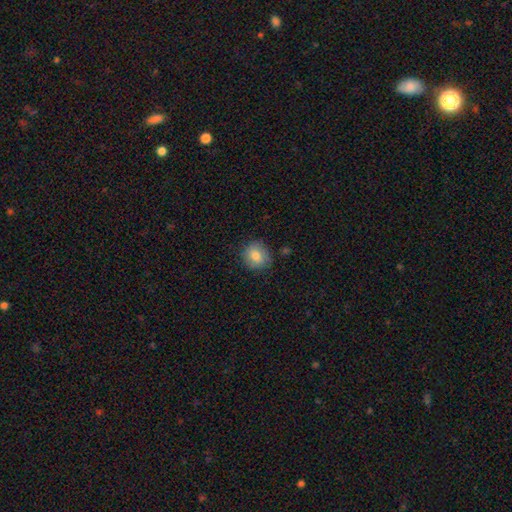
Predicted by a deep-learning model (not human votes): smooth-or-featured: smooth: 83% | featured or disk: 9% | star or artifact: 8%
  how-rounded: round: 81% | in between: 18% | cigar-shaped: 1%
  merging: none: 81% | minor disturbance: 14% | major disturbance: 3% | merger: 1%